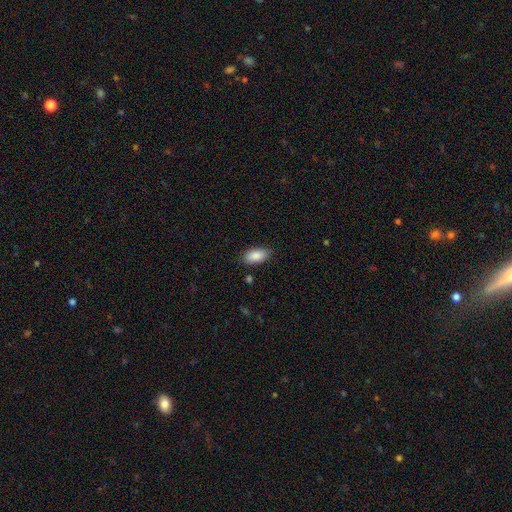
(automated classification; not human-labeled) smooth-or-featured: smooth: 88% | star or artifact: 7% | featured or disk: 5%
  how-rounded: in between: 93% | cigar-shaped: 4% | round: 3%
  merging: none: 84% | minor disturbance: 12% | major disturbance: 2% | merger: 2%